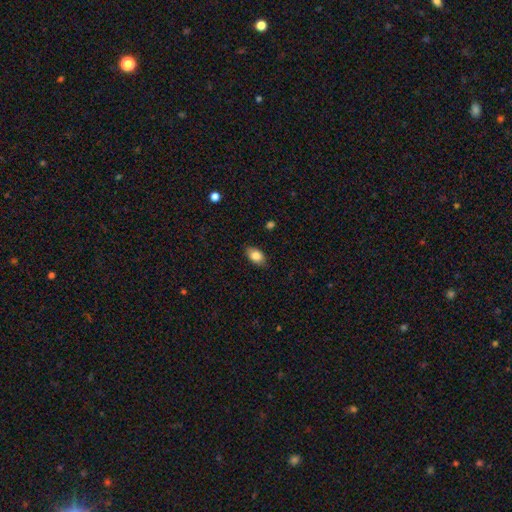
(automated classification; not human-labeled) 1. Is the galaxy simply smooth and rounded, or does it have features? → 85% smooth, 8% featured or disk, 7% star or artifact.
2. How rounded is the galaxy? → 89% in between, 9% round, 2% cigar-shaped.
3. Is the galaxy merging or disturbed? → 85% none, 12% minor disturbance, 3% major disturbance, 1% merger.